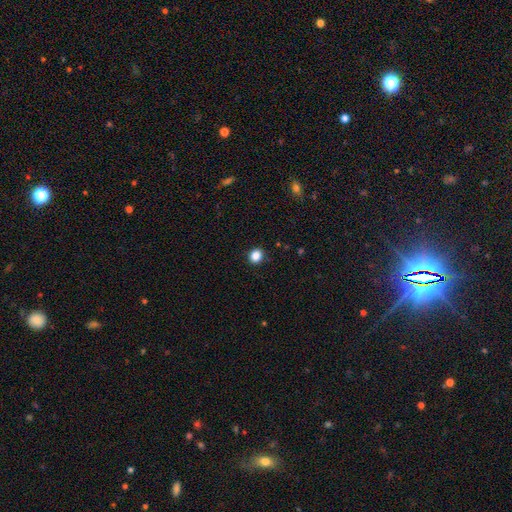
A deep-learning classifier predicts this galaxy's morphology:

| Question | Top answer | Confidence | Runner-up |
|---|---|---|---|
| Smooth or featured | smooth | 86% | star or artifact (11%) |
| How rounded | round | 80% | in between (19%) |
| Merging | none | 91% | minor disturbance (6%) |